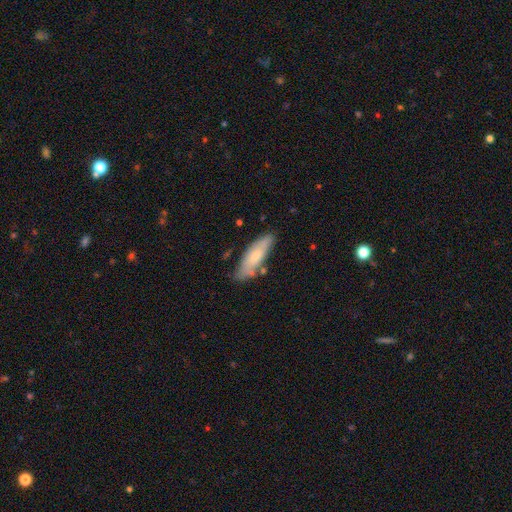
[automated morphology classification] smooth_or_featured: smooth (p=0.66) [alt: featured or disk p=0.29]
how_rounded: in between (p=0.52) [alt: cigar-shaped p=0.46]
merging: none (p=0.71) [alt: minor disturbance p=0.19]